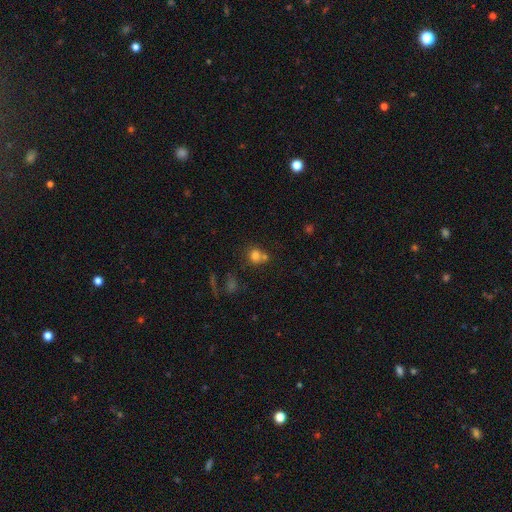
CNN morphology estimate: smooth 76%, star or artifact 14%, featured or disk 10%. Down the decision tree: how rounded — round (77%); merging — none (47%).